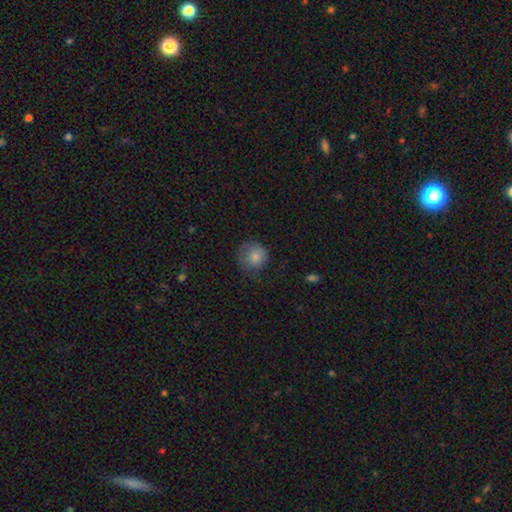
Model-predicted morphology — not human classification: Overall: smooth (78%). How rounded: round (89%). Merging: none (68%).